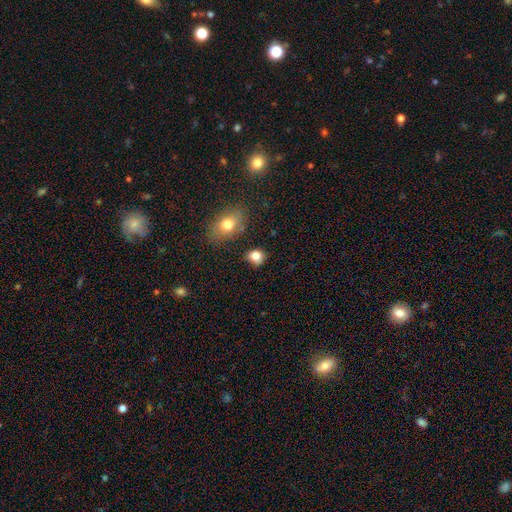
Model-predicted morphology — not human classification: Overall: smooth (82%). How rounded: round (68%; in between 31%). Merging: none (72%).